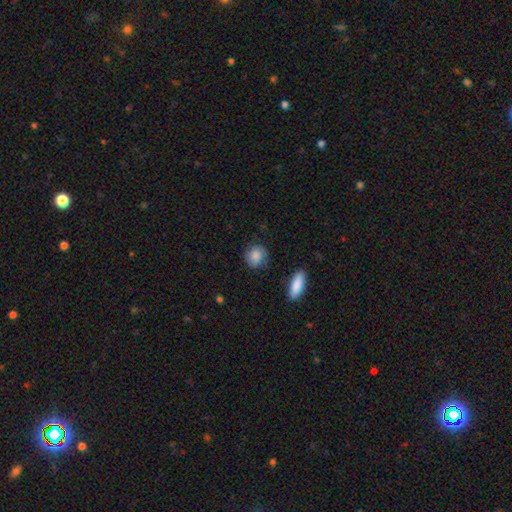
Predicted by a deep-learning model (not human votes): A smooth galaxy with no disk features (74%) that is round (72%). Merging: none (75%).